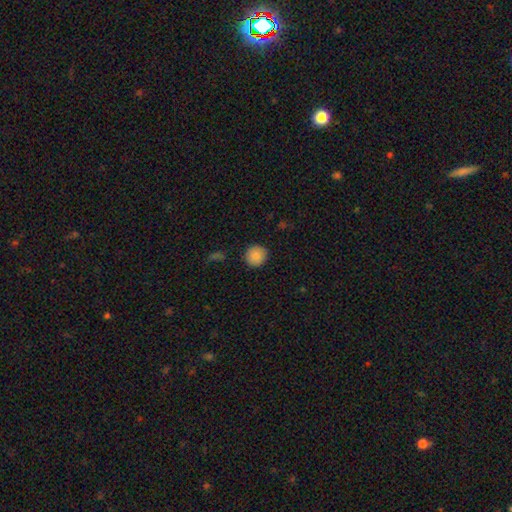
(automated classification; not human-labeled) This is clearly a smooth galaxy (87%). How rounded: clearly round (91%). Merging: clearly none (89%).